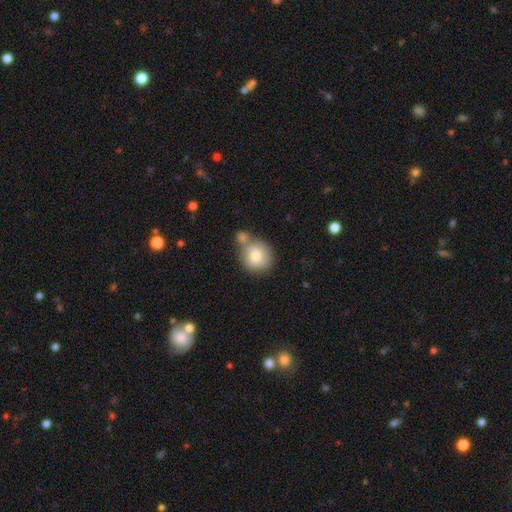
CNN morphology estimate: Smooth or featured?
  - smooth: 78% *
  - featured or disk: 15%
  - star or artifact: 8%
How rounded?
  - round: 86% *
  - in between: 13%
  - cigar-shaped: 1%
Merging?
  - none: 44% *
  - merger: 39%
  - minor disturbance: 13%
  - major disturbance: 4%